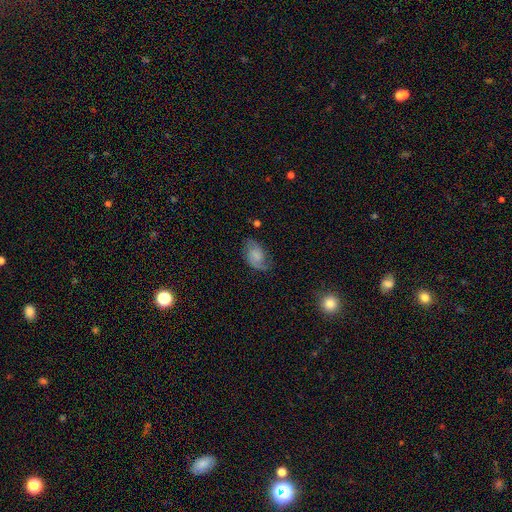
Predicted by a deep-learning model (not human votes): Smooth or featured? featured or disk (52%)
Edge-on disk? no (96%)
Bar? no (52%)
Spiral arms? yes (89%)
Bulge size? none (43%)
Merging? none (65%)